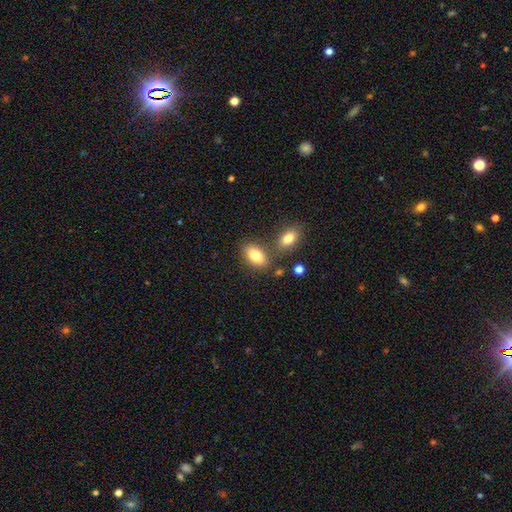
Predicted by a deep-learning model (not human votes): This is clearly a smooth galaxy (82%). How rounded: clearly in between (91%). Merging: likely none (67%).